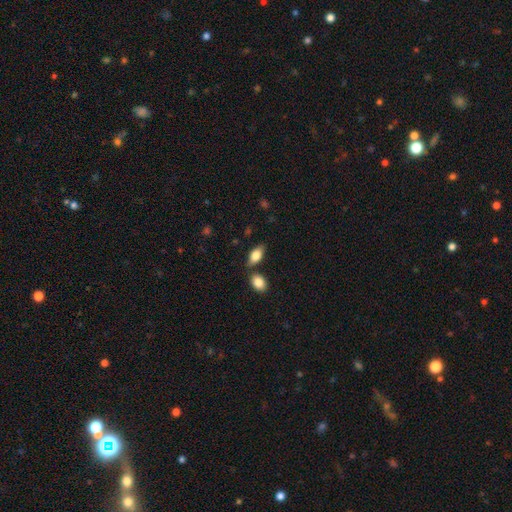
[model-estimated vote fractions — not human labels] This is likely a smooth galaxy (79%). How rounded: clearly in between (88%). Merging: likely none (73%).